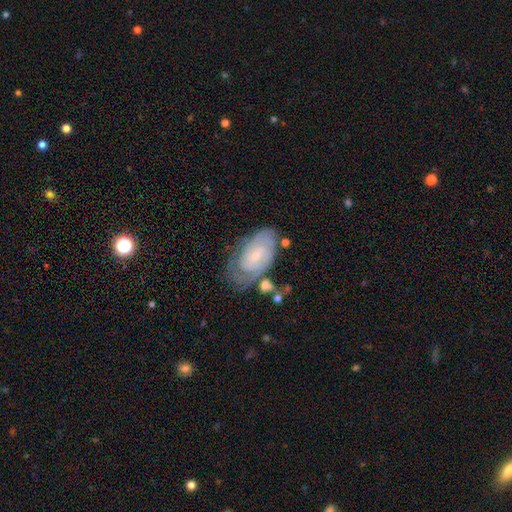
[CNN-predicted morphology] Smooth or featured?
  - featured or disk: 74% *
  - smooth: 19%
  - star or artifact: 7%
Edge-on disk?
  - no: 95% *
  - yes: 5%
Bar?
  - no: 58% *
  - weak: 35%
  - strong: 7%
Spiral arms?
  - yes: 91% *
  - no: 9%
Spiral winding?
  - tight: 70% *
  - medium: 24%
  - loose: 6%
Spiral arm count?
  - 2: 41% *
  - can't tell: 37%
  - 3: 9%
  - 1: 5%
  - 4: 4%
  - more than 4: 3%
Bulge size?
  - small: 70% *
  - moderate: 24%
  - none: 4%
  - large: 2%
  - dominant: 1%
Merging?
  - none: 63% *
  - minor disturbance: 21%
  - major disturbance: 10%
  - merger: 6%